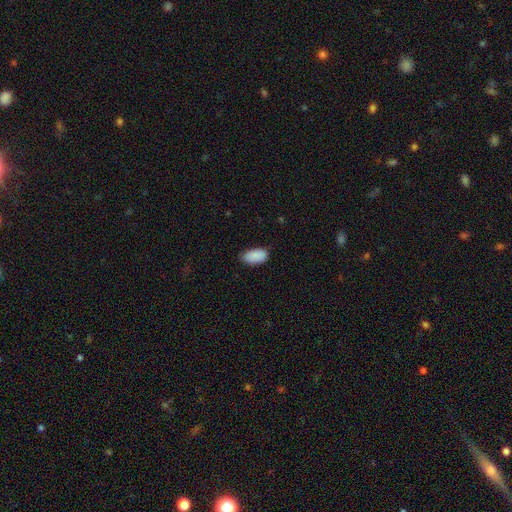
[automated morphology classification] smooth_or_featured: smooth (p=0.89) [alt: star or artifact p=0.07]
how_rounded: in between (p=0.94) [alt: round p=0.03]
merging: none (p=0.80) [alt: minor disturbance p=0.16]